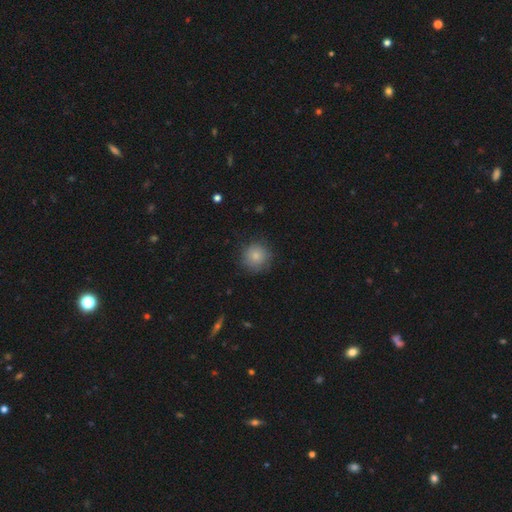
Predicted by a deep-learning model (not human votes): smooth_or_featured: smooth (p=0.82) [alt: featured or disk p=0.09]
how_rounded: round (p=0.94) [alt: in between p=0.05]
merging: none (p=0.81) [alt: minor disturbance p=0.14]